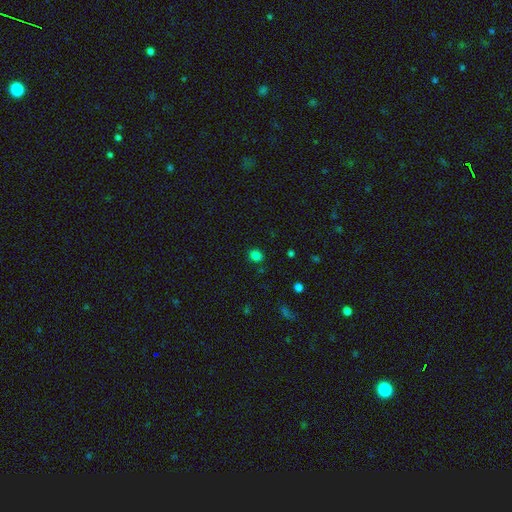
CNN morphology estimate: type=smooth (80%); roundness=round (70%); merging=none (86%).